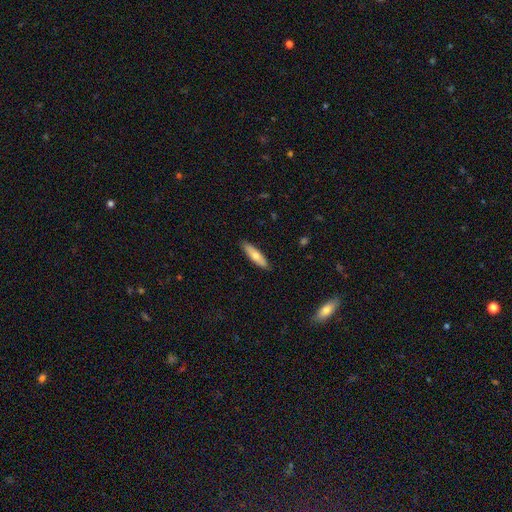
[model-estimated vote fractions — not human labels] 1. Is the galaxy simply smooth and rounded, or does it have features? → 68% smooth, 27% featured or disk, 6% star or artifact.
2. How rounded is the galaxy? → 67% cigar-shaped, 32% in between, 2% round.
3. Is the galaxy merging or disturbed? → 88% none, 9% minor disturbance, 2% major disturbance, 1% merger.